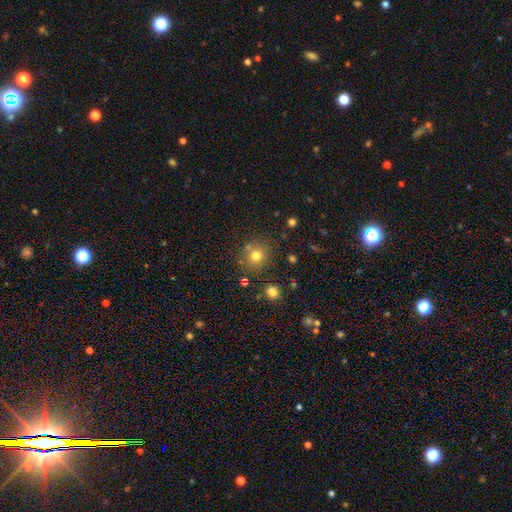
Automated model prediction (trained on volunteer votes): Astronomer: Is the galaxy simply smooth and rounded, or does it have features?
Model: smooth — 75%.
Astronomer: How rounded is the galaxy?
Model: round — 90%.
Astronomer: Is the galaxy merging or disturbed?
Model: none — 80%.